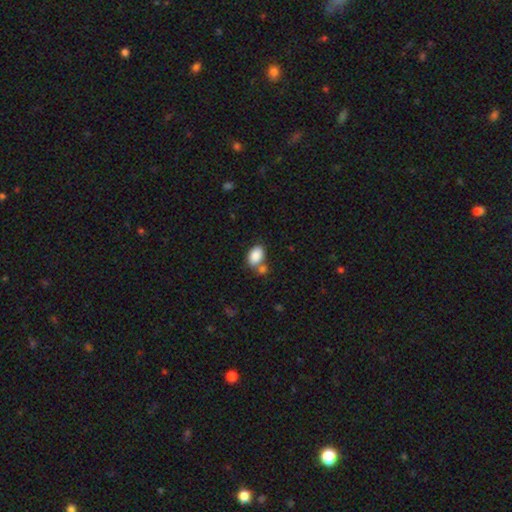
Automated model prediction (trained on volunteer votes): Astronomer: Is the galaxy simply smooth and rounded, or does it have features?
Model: smooth — 87%.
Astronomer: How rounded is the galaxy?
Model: in between — 87%.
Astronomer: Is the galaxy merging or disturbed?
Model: none — 55%.